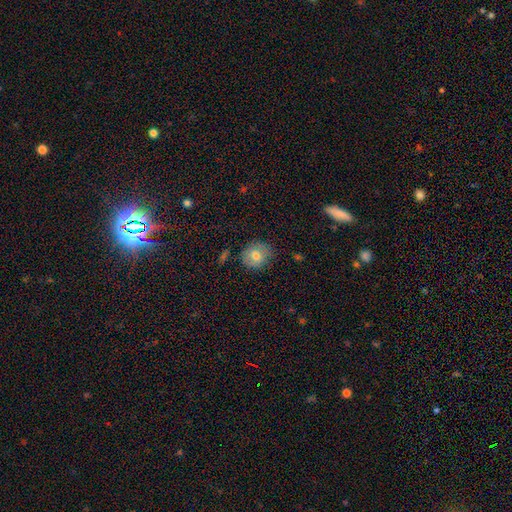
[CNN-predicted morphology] type=smooth (75%); roundness=round (71%); merging=none (78%).